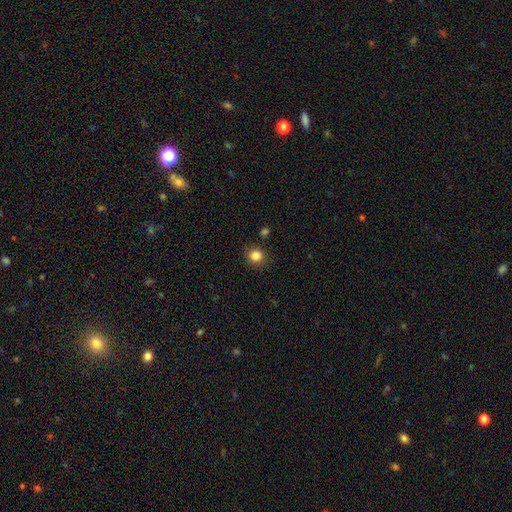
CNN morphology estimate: This is clearly a smooth galaxy (84%). How rounded: clearly round (90%). Merging: clearly none (87%).